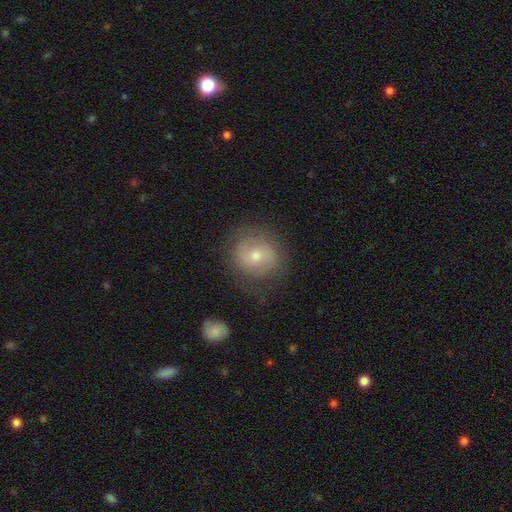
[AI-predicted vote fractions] Q: Smooth or featured?
A: featured or disk (47%); runner-up: smooth (44%)
Q: Merging?
A: none (77%); runner-up: minor disturbance (15%)